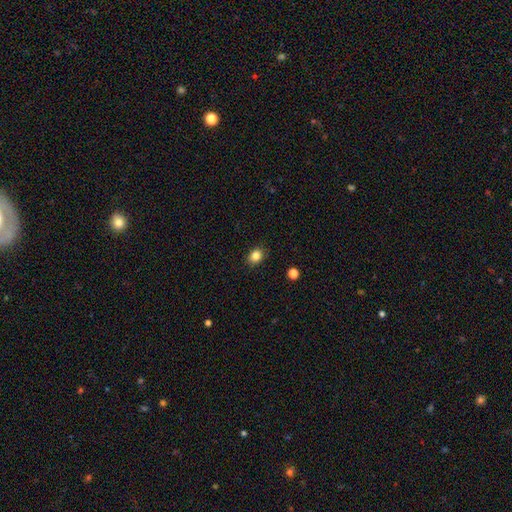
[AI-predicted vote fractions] This is clearly a smooth galaxy (84%). How rounded: possibly in between (53%). Merging: clearly none (88%).